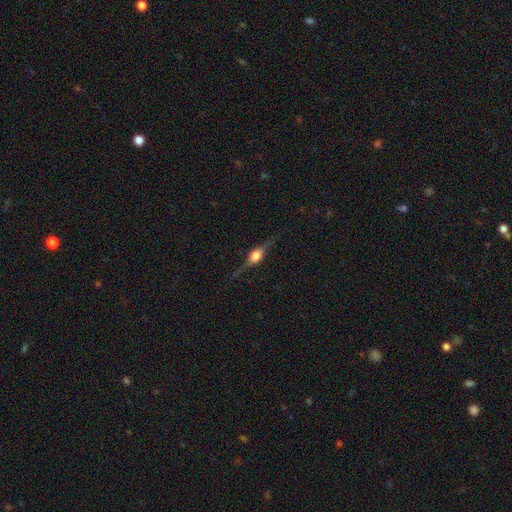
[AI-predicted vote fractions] A featured or disk galaxy (79%) viewed edge-on (96%) with a rounded central bulge (92%). Merging: none (83%).